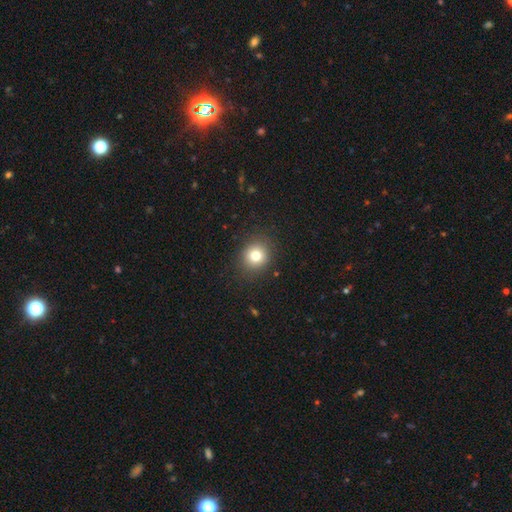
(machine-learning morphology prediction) This is likely a smooth galaxy (79%). How rounded: clearly round (80%). Merging: clearly none (88%).